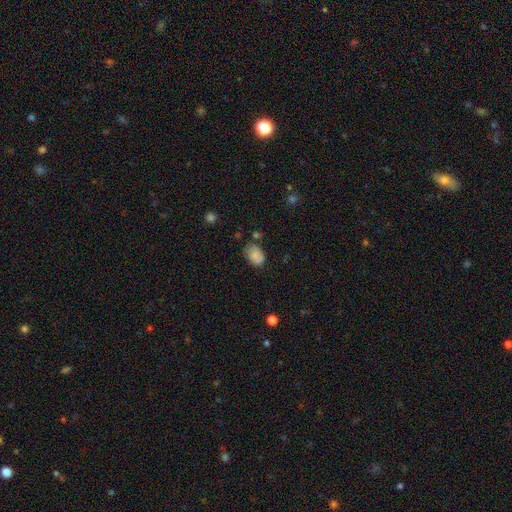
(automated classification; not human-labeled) Overall: smooth (80%). How rounded: in between (79%). Merging: none (60%; minor disturbance 26%).